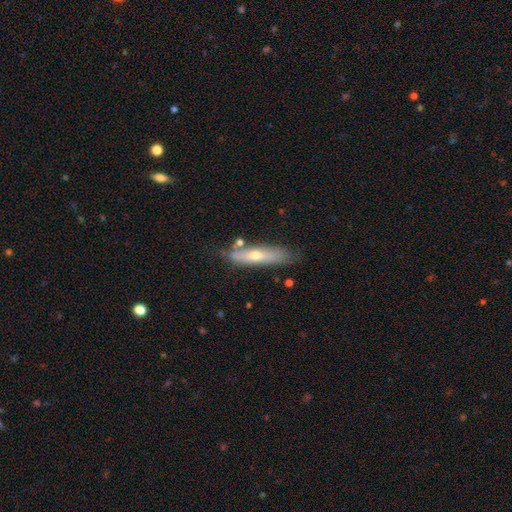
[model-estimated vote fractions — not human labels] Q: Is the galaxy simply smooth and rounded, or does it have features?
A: smooth — 49%.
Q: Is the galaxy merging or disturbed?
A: none — 70%.